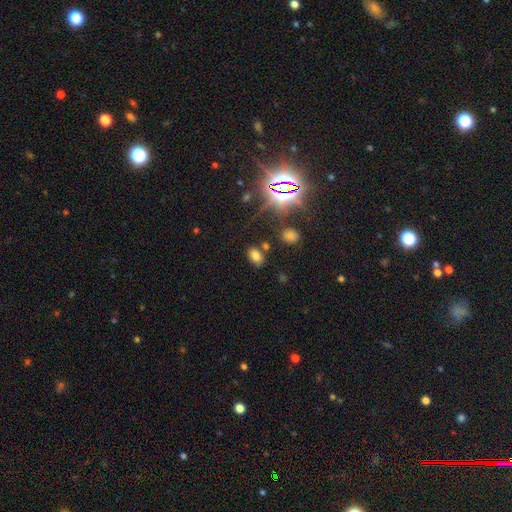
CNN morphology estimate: Smooth or featured? Predicted: smooth (p=0.68). How rounded? Predicted: in between (p=0.86). Merging? Predicted: none (p=0.78).